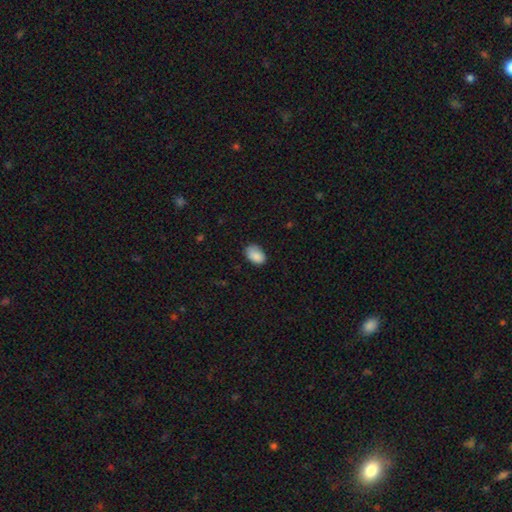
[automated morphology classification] Smooth or featured: smooth — 88% (star or artifact — 7%)
How rounded: in between — 88% (round — 11%)
Merging: none — 72% (minor disturbance — 23%)